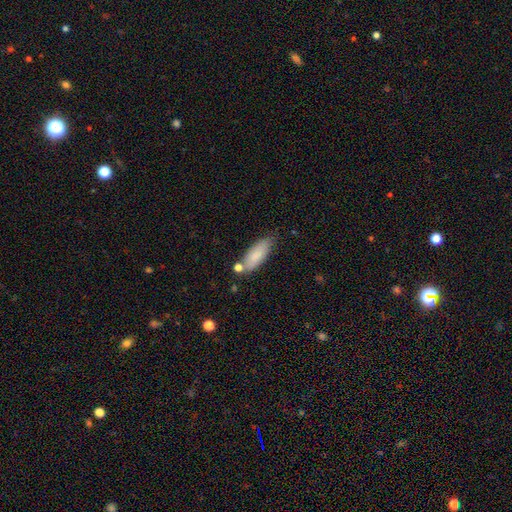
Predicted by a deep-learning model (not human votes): Morphology: type=smooth (82%); roundness=in between (69%); merging=none (66%).